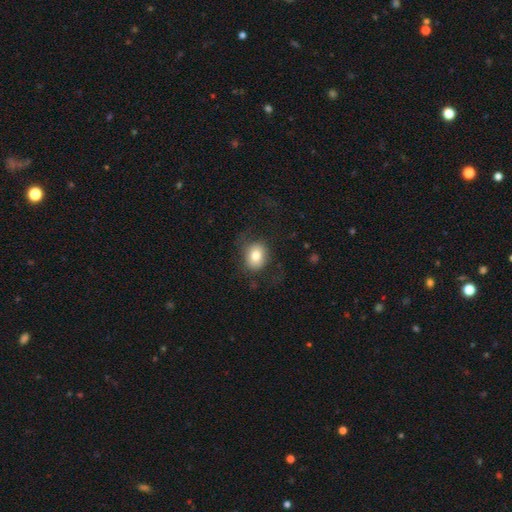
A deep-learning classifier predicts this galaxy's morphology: A smooth galaxy with no disk features (77%) that is round (54%).

Vote fractions:
- Smooth or featured? smooth: 77% / featured or disk: 14% / star or artifact: 10%
- How rounded? round: 54% / in between: 45% / cigar-shaped: 1%
- Merging? none: 67% / minor disturbance: 17% / major disturbance: 14% / merger: 1%